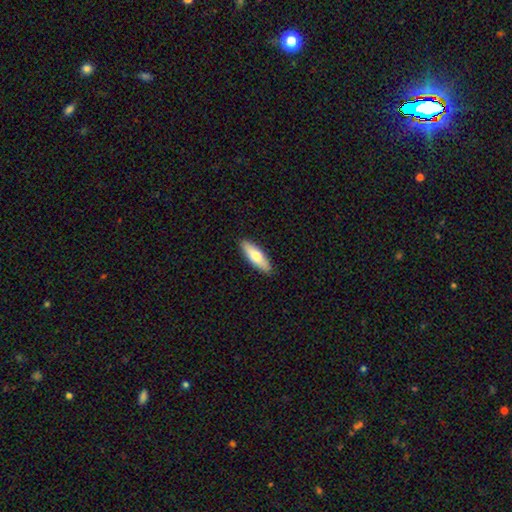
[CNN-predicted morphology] The model was most divided on "how rounded" (2-way tie): in between: 49%, cigar-shaped: 49%, round: 2%. More confident: merging — none (90%); smooth or featured — smooth (71%).